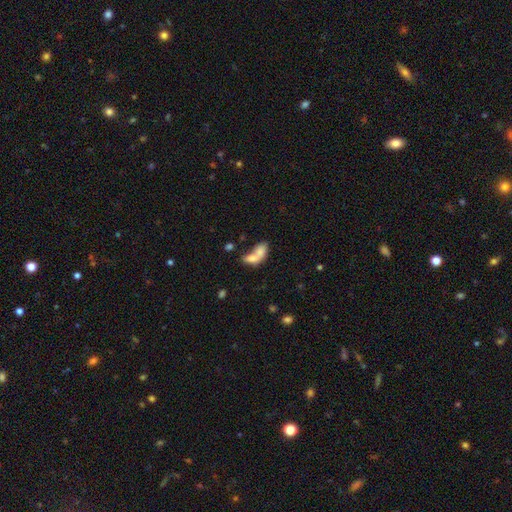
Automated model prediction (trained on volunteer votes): Q: Smooth or featured?
A: smooth (72%); runner-up: featured or disk (19%)
Q: How rounded?
A: in between (82%); runner-up: round (12%)
Q: Merging?
A: merger (72%); runner-up: none (15%)